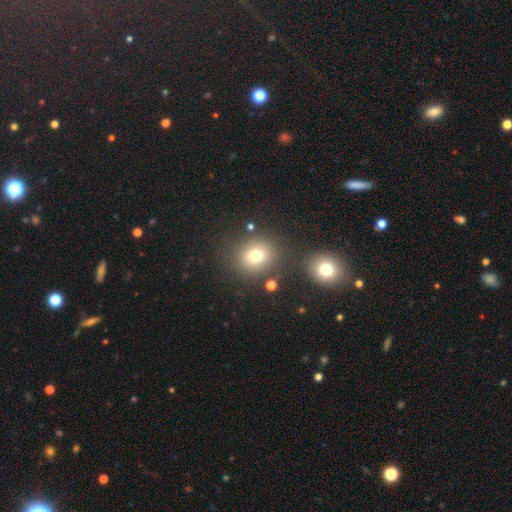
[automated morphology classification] smooth_or_featured: smooth (p=0.74) [alt: star or artifact p=0.15]
how_rounded: round (p=0.81) [alt: in between p=0.18]
merging: none (p=0.78) [alt: minor disturbance p=0.09]